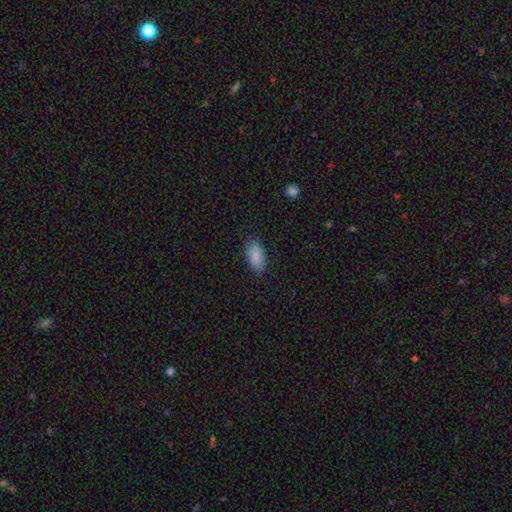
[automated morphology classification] Q: Smooth or featured?
A: smooth (88%); runner-up: star or artifact (7%)
Q: How rounded?
A: in between (93%); runner-up: cigar-shaped (4%)
Q: Merging?
A: none (81%); runner-up: minor disturbance (15%)